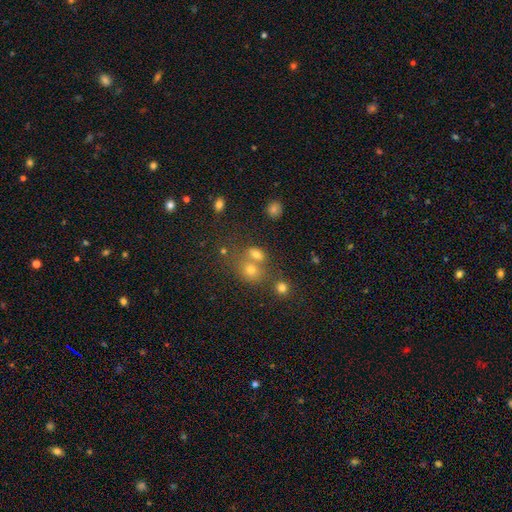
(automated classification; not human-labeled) Smooth or featured: smooth — 60% (star or artifact — 27%)
How rounded: round — 68% (in between — 31%)
Merging: none — 48% (merger — 39%)